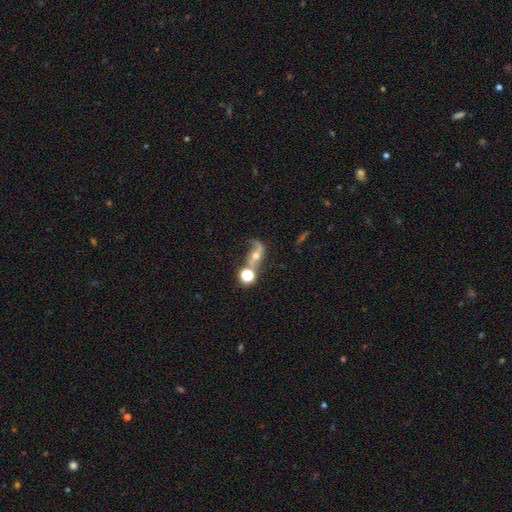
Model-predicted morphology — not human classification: A featured or disk galaxy (64%) with no bar (59%), spiral arms (83%) and a moderate central bulge (62%). Merging: none (41%).